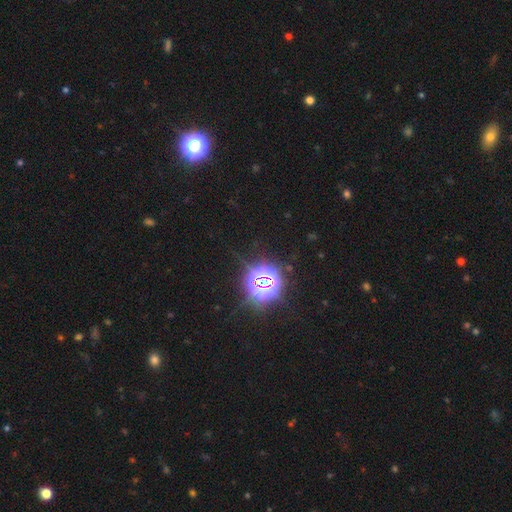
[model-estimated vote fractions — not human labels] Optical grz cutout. It shows a star or artifact, not a galaxy (77%).